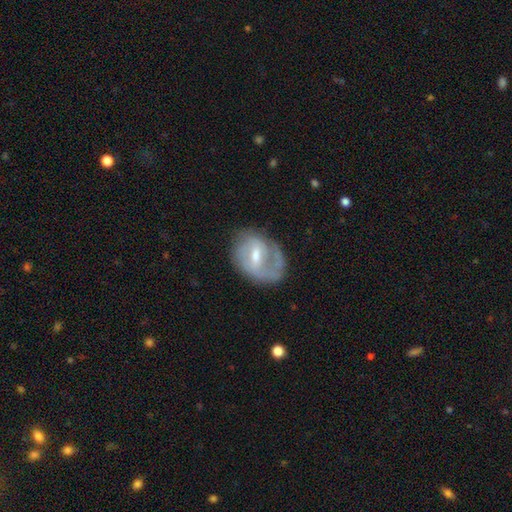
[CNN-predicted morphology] Overall: featured or disk (68%). Edge-on disk: no (96%). Bar: weak (57%; strong 24%). Spiral arms: yes (75%). Bulge size: moderate (56%; small 34%). Merging: none (53%; minor disturbance 26%).